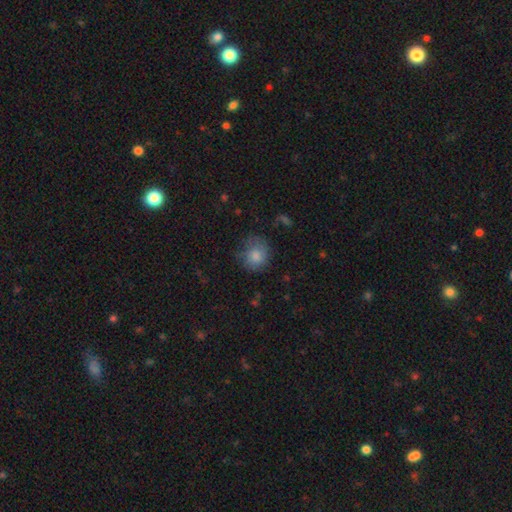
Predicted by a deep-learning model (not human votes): Overall: smooth (79%). How rounded: round (76%). Merging: none (61%; minor disturbance 26%).